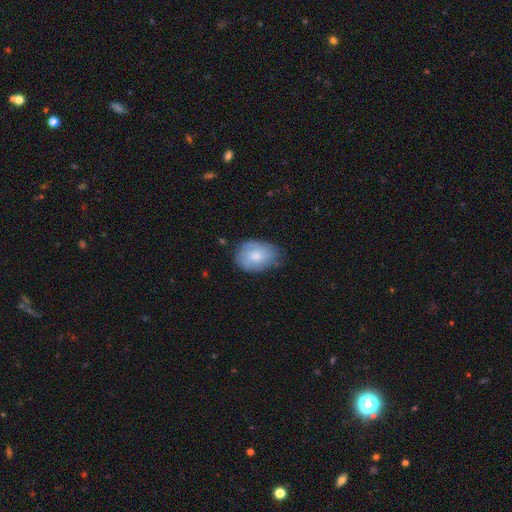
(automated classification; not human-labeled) Smooth or featured?
  - smooth: 72% *
  - featured or disk: 22%
  - star or artifact: 6%
How rounded?
  - in between: 76% *
  - round: 23%
  - cigar-shaped: 1%
Merging?
  - none: 67% *
  - minor disturbance: 26%
  - major disturbance: 6%
  - merger: 1%